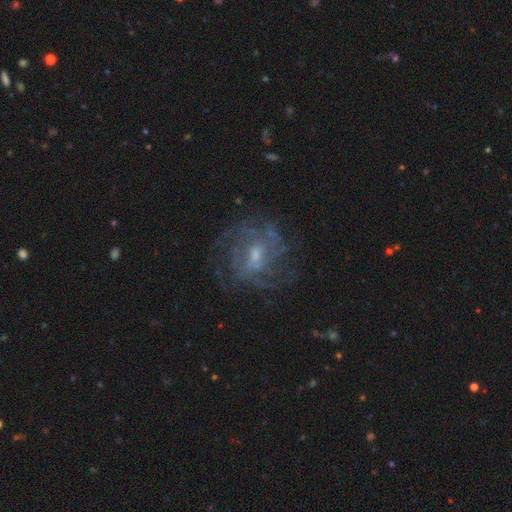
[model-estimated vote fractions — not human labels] A featured or disk galaxy (75%) with a weak bar (47%), tight (44%) spiral arms (79%) and a small central bulge (48%).

Vote fractions:
- Smooth or featured? featured or disk: 75% / smooth: 13% / star or artifact: 11%
- Edge-on disk? no: 97% / yes: 3%
- Bar? weak: 47% / no: 44% / strong: 9%
- Spiral arms? yes: 79% / no: 21%
- Spiral winding? tight: 44% / medium: 39% / loose: 17%
- Spiral arm count? can't tell: 50% / 4: 14% / 3: 13% / 2: 12% / more than 4: 7% / 1: 5%
- Bulge size? small: 48% / moderate: 41% / none: 7% / large: 3% / dominant: 1%
- Merging? none: 68% / minor disturbance: 16% / major disturbance: 14% / merger: 2%